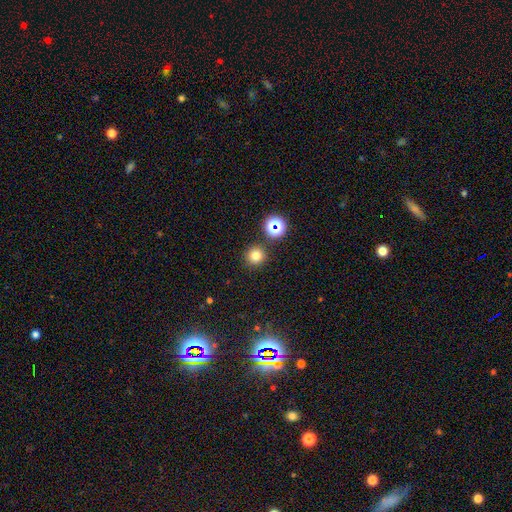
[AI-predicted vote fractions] smooth-or-featured: smooth: 77% | star or artifact: 17% | featured or disk: 6%
  how-rounded: round: 94% | in between: 5% | cigar-shaped: 1%
  merging: none: 87% | minor disturbance: 6% | merger: 4% | major disturbance: 2%